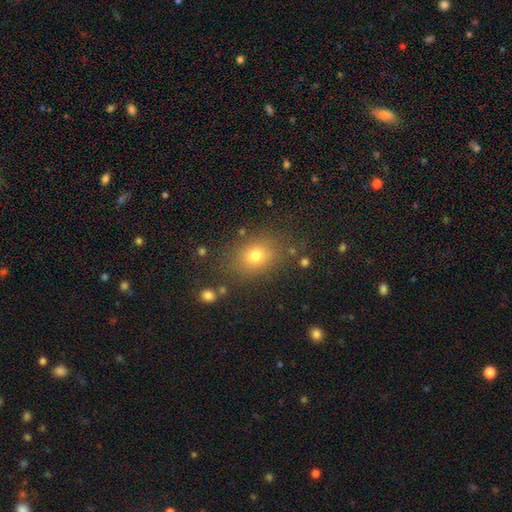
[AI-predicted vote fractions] smooth_or_featured: smooth (p=0.74) [alt: star or artifact p=0.15]
how_rounded: in between (p=0.57) [alt: round p=0.42]
merging: none (p=0.80) [alt: minor disturbance p=0.12]